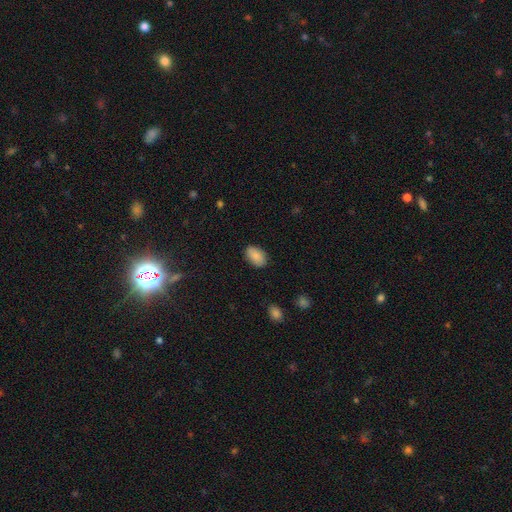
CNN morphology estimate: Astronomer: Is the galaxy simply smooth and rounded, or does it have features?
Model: smooth — 87%.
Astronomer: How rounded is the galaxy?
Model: in between — 91%.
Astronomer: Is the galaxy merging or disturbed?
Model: none — 86%.